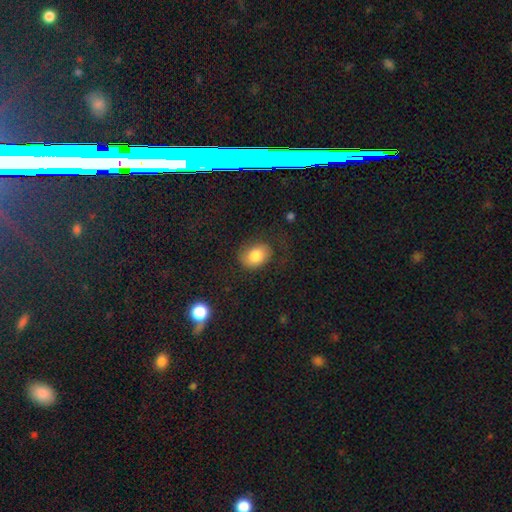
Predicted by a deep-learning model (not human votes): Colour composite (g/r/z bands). It shows a smooth galaxy with no disk features (77%) that is in between round and cigar-shaped (66%). Merging: none (61%).